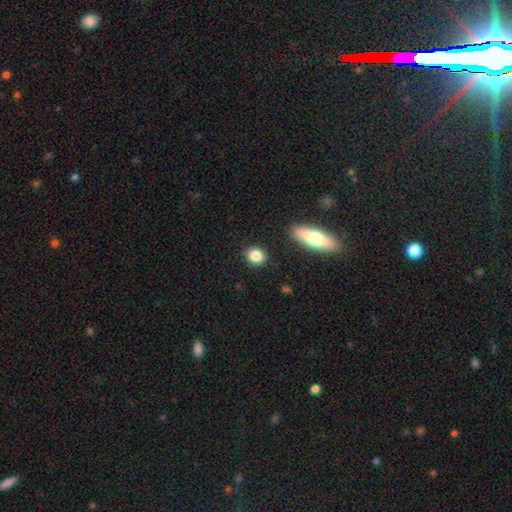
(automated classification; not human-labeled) Smooth or featured? smooth (85%)
How rounded? round (66%)
Merging? none (87%)